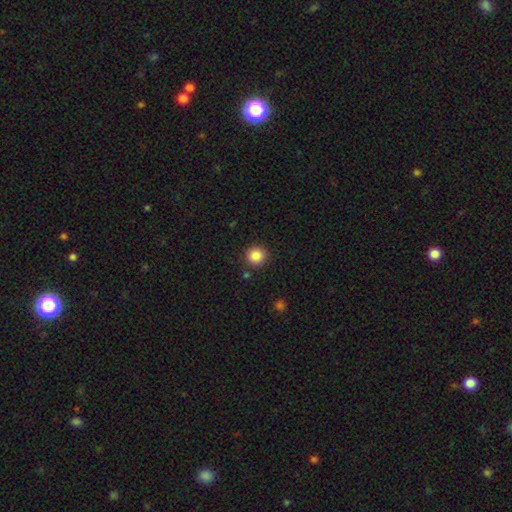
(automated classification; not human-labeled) Overall: smooth (86%). How rounded: round (93%). Merging: none (89%).